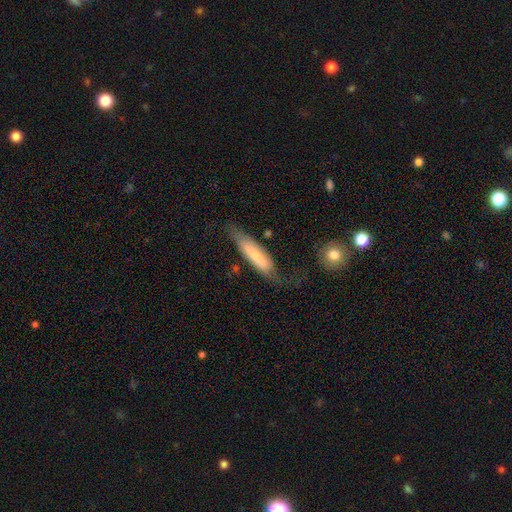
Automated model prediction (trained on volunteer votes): smooth-or-featured: smooth: 56% | featured or disk: 38% | star or artifact: 6%
  how-rounded: cigar-shaped: 66% | in between: 32% | round: 2%
  merging: none: 47% | minor disturbance: 29% | major disturbance: 20% | merger: 4%